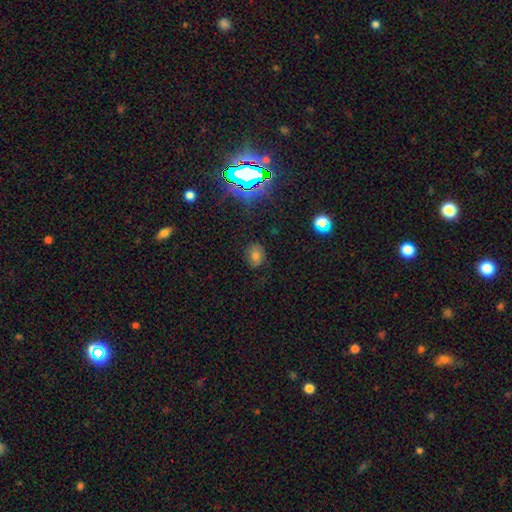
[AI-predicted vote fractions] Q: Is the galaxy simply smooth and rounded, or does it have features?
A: smooth — 62%.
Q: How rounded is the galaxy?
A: in between — 56%.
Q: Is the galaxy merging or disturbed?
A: none — 77%.